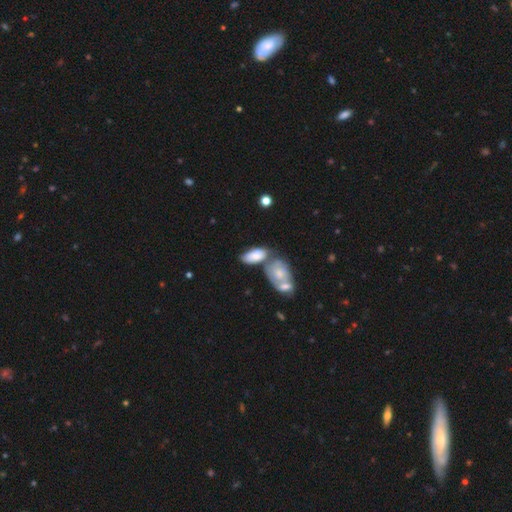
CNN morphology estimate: smooth_or_featured: smooth (p=0.70) [alt: featured or disk p=0.22]
how_rounded: in between (p=0.91) [alt: cigar-shaped p=0.05]
merging: merger (p=0.44) [alt: none p=0.31]